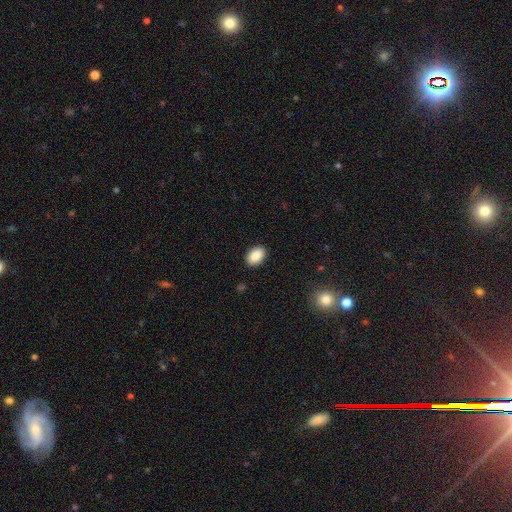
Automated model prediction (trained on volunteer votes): This appears to be a smooth galaxy with no disk features (89%) that is in between round and cigar-shaped (87%). Merging: none (89%).